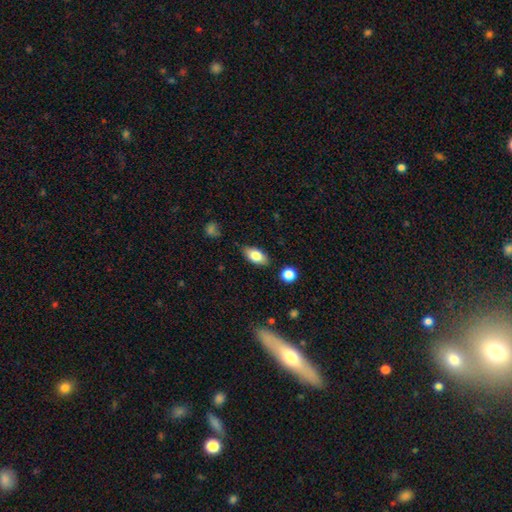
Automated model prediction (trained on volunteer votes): Smooth or featured: smooth — 79% (featured or disk — 13%)
How rounded: in between — 90% (cigar-shaped — 5%)
Merging: none — 84% (minor disturbance — 12%)